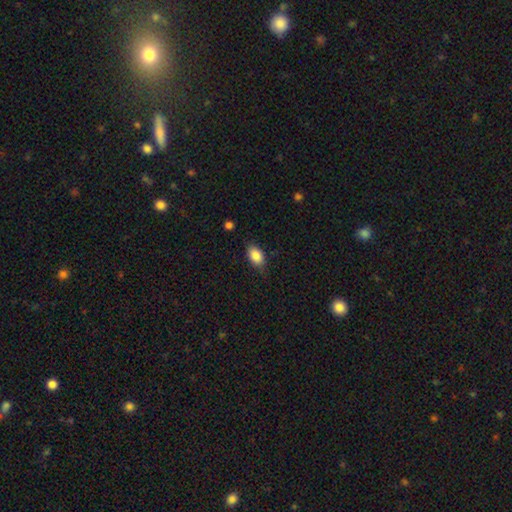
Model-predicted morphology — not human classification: smooth_or_featured: smooth (p=0.87) [alt: star or artifact p=0.08]
how_rounded: in between (p=0.87) [alt: round p=0.10]
merging: none (p=0.78) [alt: minor disturbance p=0.17]